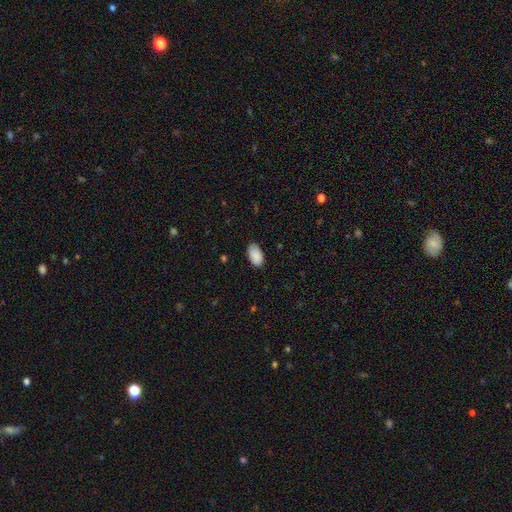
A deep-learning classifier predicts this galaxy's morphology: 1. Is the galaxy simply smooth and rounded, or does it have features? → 90% smooth, 6% star or artifact, 3% featured or disk.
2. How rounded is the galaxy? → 95% in between, 4% round, 1% cigar-shaped.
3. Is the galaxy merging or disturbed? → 84% none, 13% minor disturbance, 2% major disturbance, 1% merger.